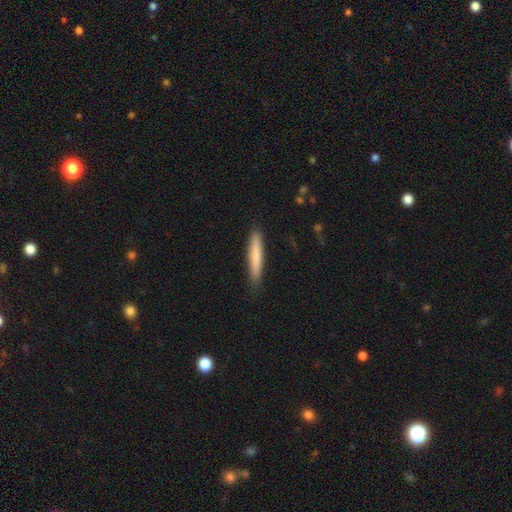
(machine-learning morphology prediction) Smooth or featured? Predicted: smooth (p=0.76). How rounded? Predicted: cigar-shaped (p=0.94). Merging? Predicted: none (p=0.86).